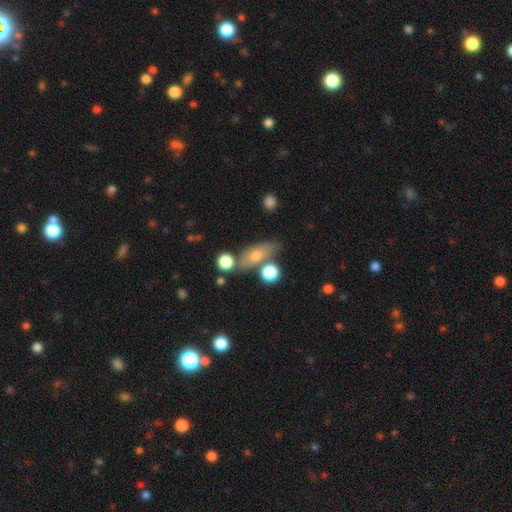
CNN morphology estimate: Q: Smooth or featured?
A: smooth (61%); runner-up: featured or disk (28%)
Q: How rounded?
A: in between (61%); runner-up: cigar-shaped (27%)
Q: Merging?
A: none (67%); runner-up: minor disturbance (15%)